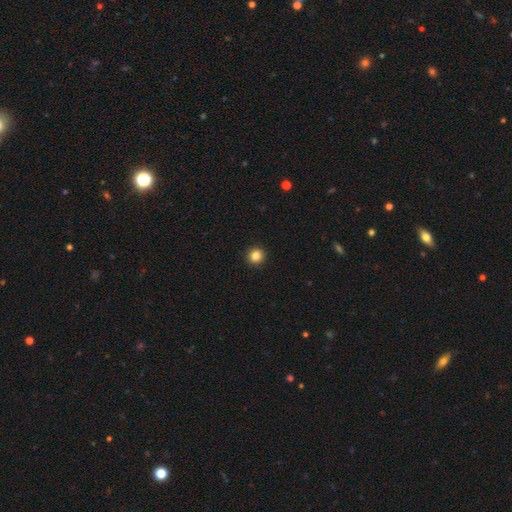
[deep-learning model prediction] Morphology: type=smooth (85%); roundness=round (94%); merging=none (93%).